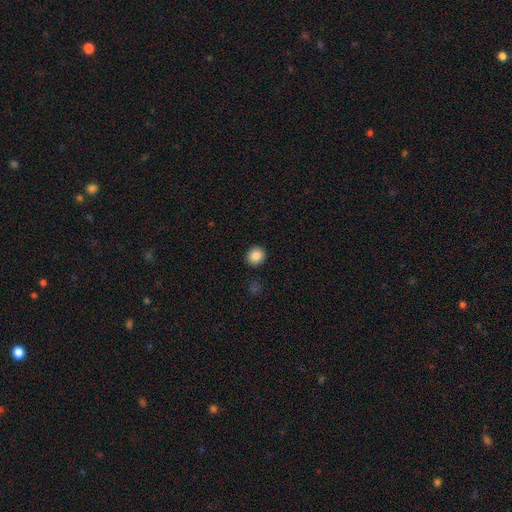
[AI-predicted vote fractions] The model was most divided on "how rounded": round: 81%, in between: 18%, cigar-shaped: 1%. More confident: merging — none (91%); smooth or featured — smooth (87%).